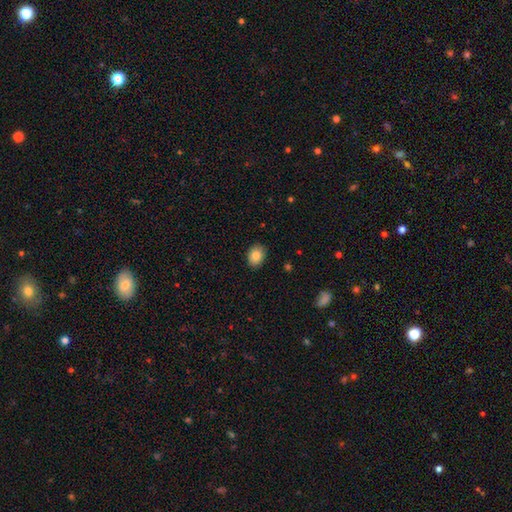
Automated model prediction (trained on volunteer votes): Smooth or featured?
  - smooth: 85% *
  - star or artifact: 8%
  - featured or disk: 7%
How rounded?
  - in between: 66% *
  - round: 33%
  - cigar-shaped: 1%
Merging?
  - none: 88% *
  - minor disturbance: 9%
  - major disturbance: 2%
  - merger: 1%